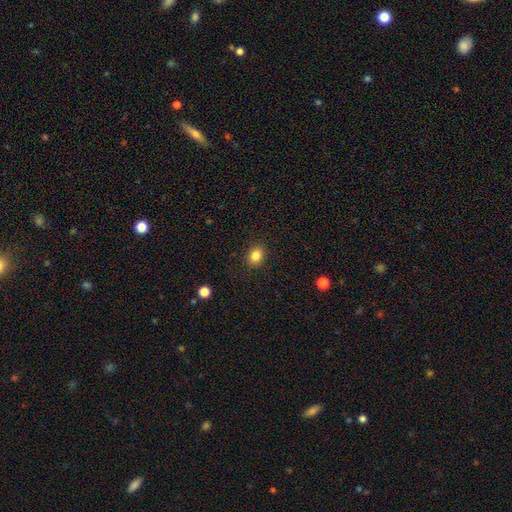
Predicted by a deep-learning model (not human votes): This is clearly a smooth galaxy (85%). How rounded: possibly round (56%). Merging: clearly none (88%).